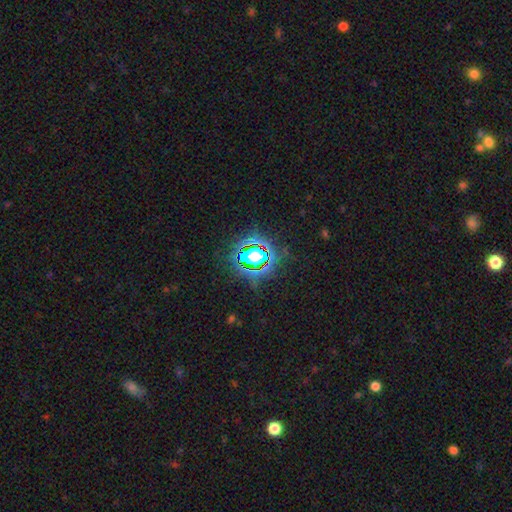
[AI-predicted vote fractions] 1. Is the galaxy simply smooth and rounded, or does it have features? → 71% star or artifact, 18% smooth, 11% featured or disk.